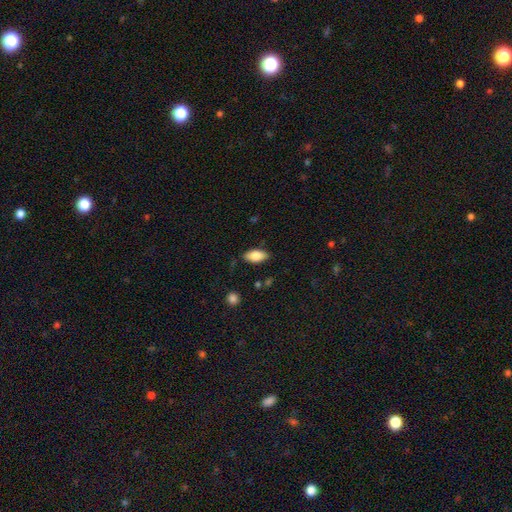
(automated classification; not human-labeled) This is clearly a smooth galaxy (81%). How rounded: clearly in between (91%). Merging: clearly none (83%).